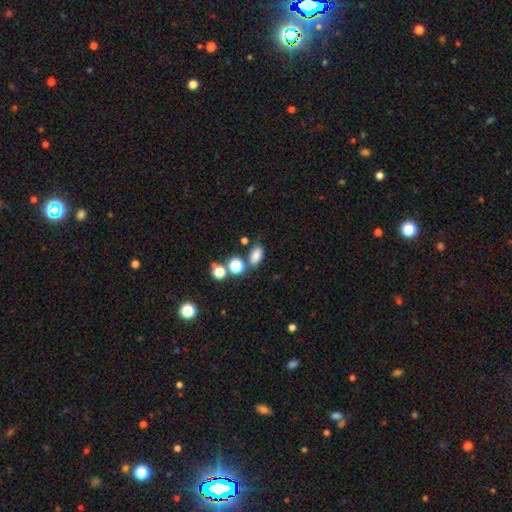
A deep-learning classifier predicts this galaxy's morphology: The model was most divided on "merging": none: 70%, minor disturbance: 14%, merger: 11%, major disturbance: 5%. More confident: how rounded — in between (85%); smooth or featured — smooth (79%).